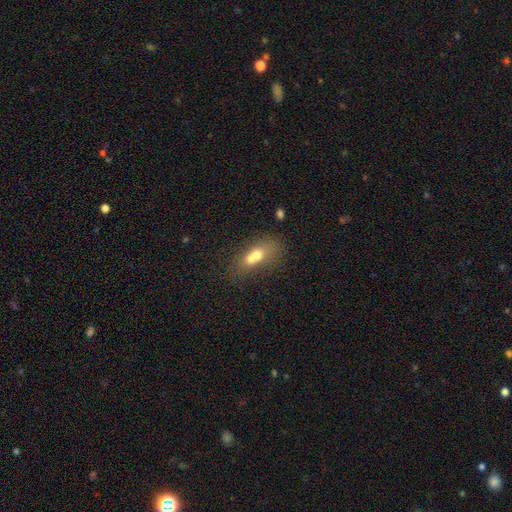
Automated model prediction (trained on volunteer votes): Smooth or featured? smooth (59%)
How rounded? in between (59%)
Merging? merger (63%)